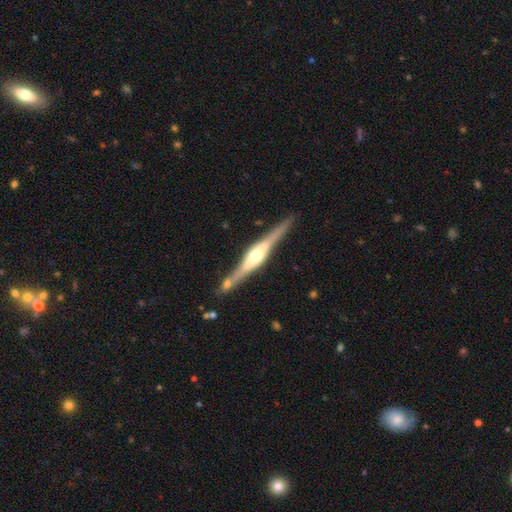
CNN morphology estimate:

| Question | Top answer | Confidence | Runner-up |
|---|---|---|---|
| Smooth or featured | featured or disk | 83% | smooth (12%) |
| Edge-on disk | yes | 97% | no (3%) |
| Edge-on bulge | rounded | 83% | boxy (15%) |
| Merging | none | 82% | minor disturbance (11%) |